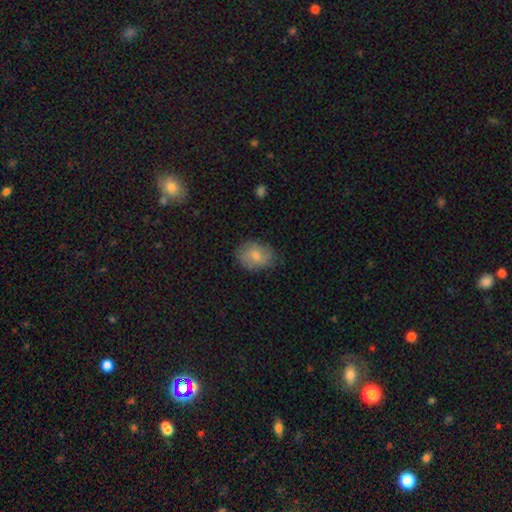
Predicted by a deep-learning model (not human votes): Smooth or featured: smooth — 73% (featured or disk — 21%)
How rounded: in between — 63% (round — 35%)
Merging: none — 75% (minor disturbance — 19%)